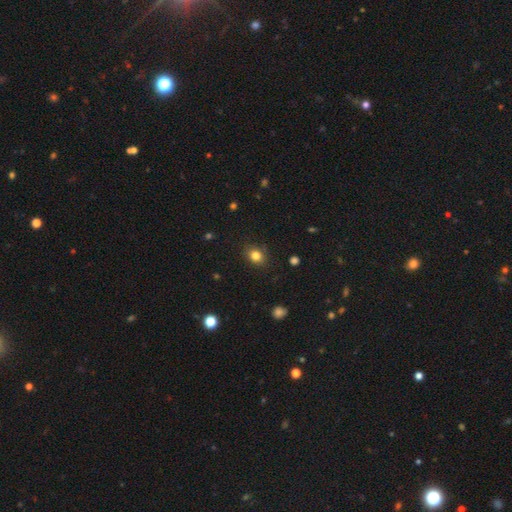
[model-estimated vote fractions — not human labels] smooth 82%, star or artifact 12%, featured or disk 6%. Down the decision tree: how rounded — round (60%); merging — none (86%).